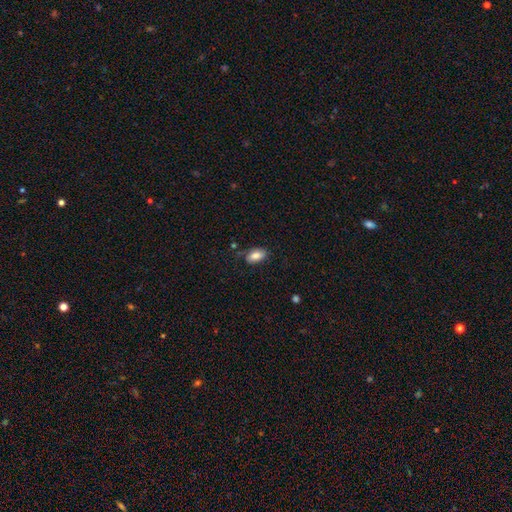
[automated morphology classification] Smooth or featured?
  - smooth: 81% *
  - featured or disk: 12%
  - star or artifact: 7%
How rounded?
  - in between: 93% *
  - round: 4%
  - cigar-shaped: 3%
Merging?
  - none: 69% *
  - minor disturbance: 22%
  - major disturbance: 7%
  - merger: 3%